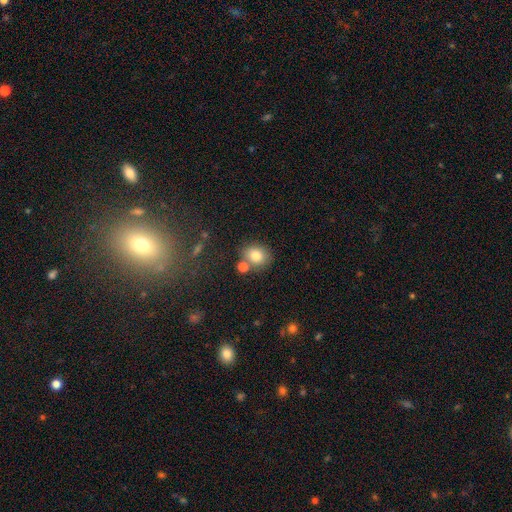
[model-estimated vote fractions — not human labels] Q: Smooth or featured?
A: smooth (79%); runner-up: star or artifact (11%)
Q: How rounded?
A: round (70%); runner-up: in between (29%)
Q: Merging?
A: none (65%); runner-up: merger (21%)